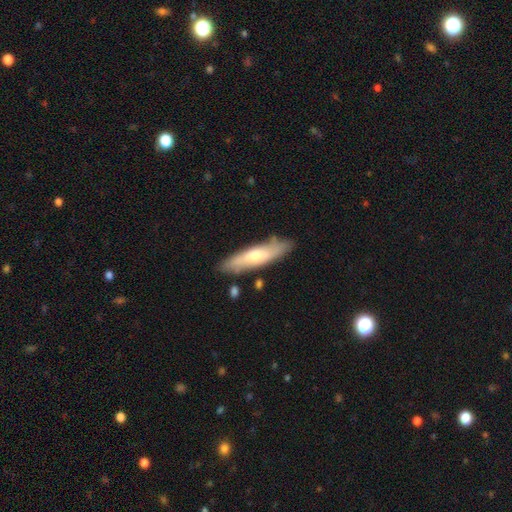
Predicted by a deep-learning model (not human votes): Smooth or featured? Predicted: smooth (p=0.57). How rounded? Predicted: cigar-shaped (p=0.74). Merging? Predicted: none (p=0.80).